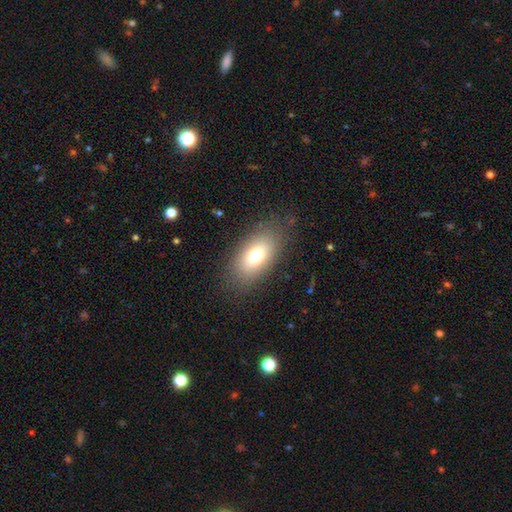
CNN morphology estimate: Q: Smooth or featured?
A: smooth (73%); runner-up: featured or disk (17%)
Q: How rounded?
A: in between (88%); runner-up: round (9%)
Q: Merging?
A: none (82%); runner-up: minor disturbance (11%)